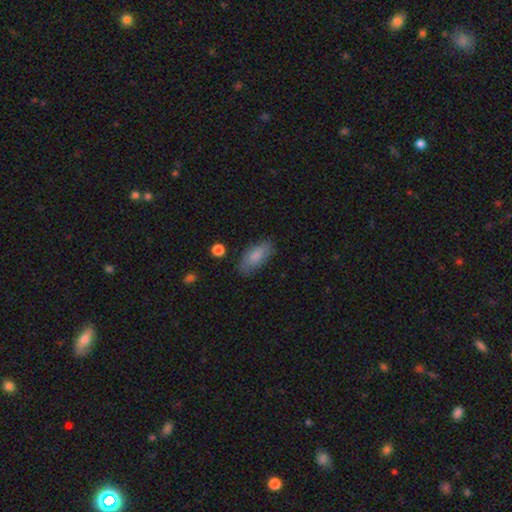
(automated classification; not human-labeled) Q: Smooth or featured?
A: smooth (82%); runner-up: featured or disk (11%)
Q: How rounded?
A: in between (83%); runner-up: cigar-shaped (15%)
Q: Merging?
A: none (79%); runner-up: minor disturbance (16%)